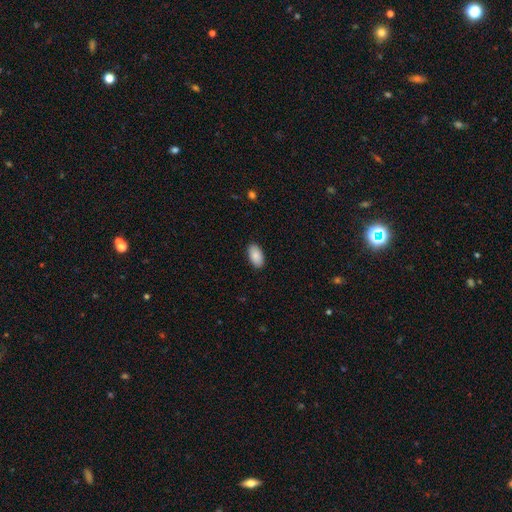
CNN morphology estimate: A smooth galaxy with no disk features (88%) that is in between round and cigar-shaped (95%). Merging: none (89%).